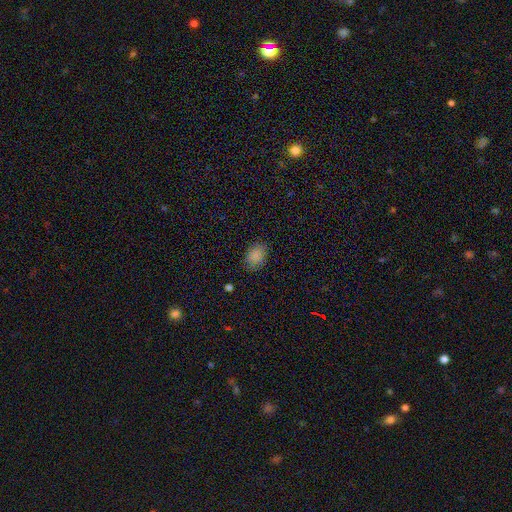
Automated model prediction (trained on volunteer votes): This appears to be a smooth galaxy with no disk features (84%) that is in between round and cigar-shaped (65%). Merging: none (80%).